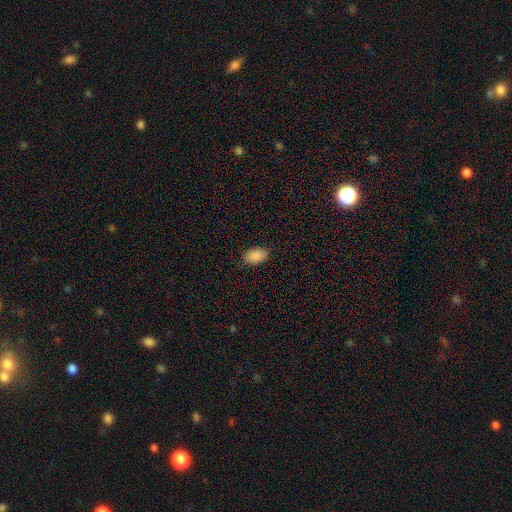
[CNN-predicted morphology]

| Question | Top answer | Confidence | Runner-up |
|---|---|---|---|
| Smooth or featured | smooth | 89% | star or artifact (7%) |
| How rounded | in between | 93% | round (5%) |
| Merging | none | 85% | minor disturbance (11%) |